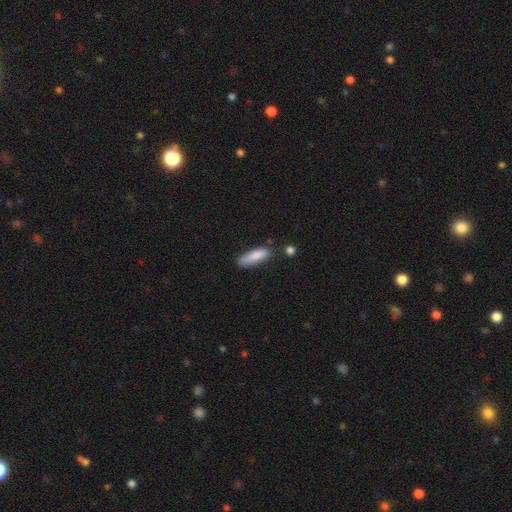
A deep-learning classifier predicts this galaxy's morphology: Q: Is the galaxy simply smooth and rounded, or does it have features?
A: smooth — 84%.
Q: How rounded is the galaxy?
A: cigar-shaped — 55%.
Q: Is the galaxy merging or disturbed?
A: none — 66%.